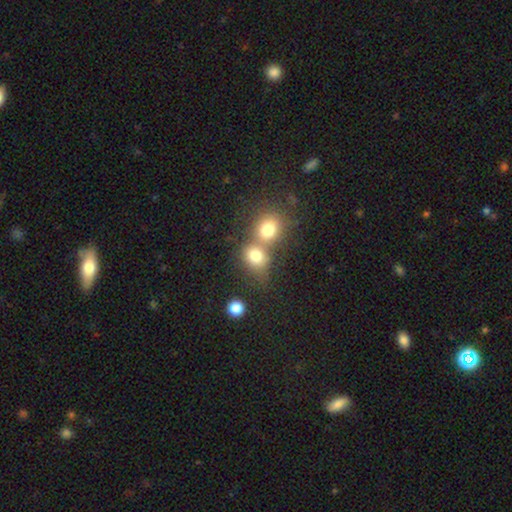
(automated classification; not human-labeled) Smooth or featured?
  - smooth: 77% *
  - star or artifact: 12%
  - featured or disk: 11%
How rounded?
  - round: 62% *
  - in between: 36%
  - cigar-shaped: 1%
Merging?
  - merger: 57% *
  - none: 32%
  - minor disturbance: 7%
  - major disturbance: 4%